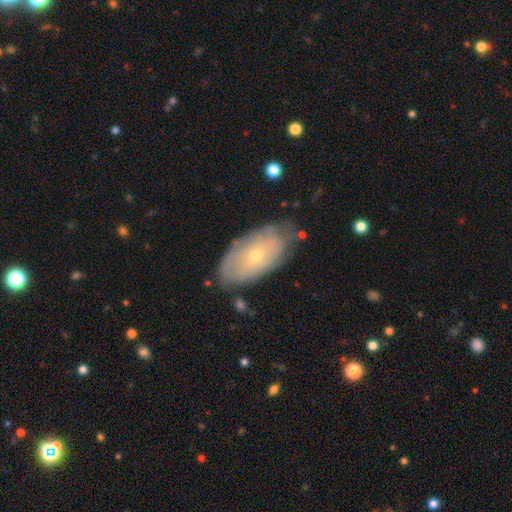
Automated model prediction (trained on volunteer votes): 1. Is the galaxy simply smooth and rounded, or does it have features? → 50% featured or disk, 43% smooth, 7% star or artifact.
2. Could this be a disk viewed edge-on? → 89% no, 11% yes.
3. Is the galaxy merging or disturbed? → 68% none, 24% minor disturbance, 6% major disturbance, 2% merger.